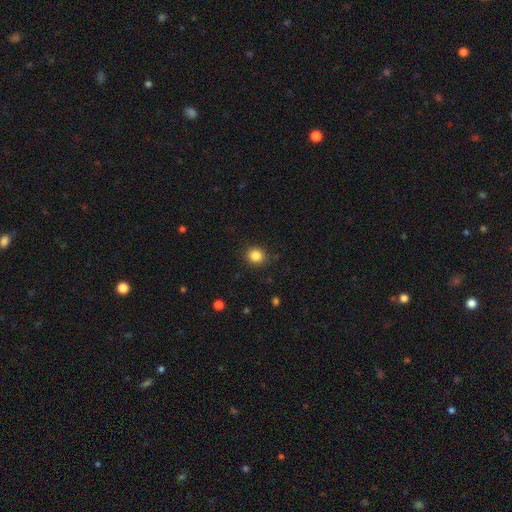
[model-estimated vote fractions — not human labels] The model was most divided on "how rounded": round: 83%, in between: 16%, cigar-shaped: 1%. More confident: merging — none (89%); smooth or featured — smooth (85%).